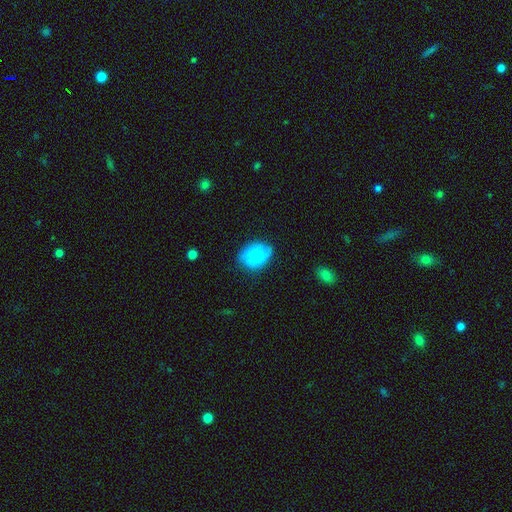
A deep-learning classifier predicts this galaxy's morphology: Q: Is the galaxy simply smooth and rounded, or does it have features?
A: smooth — 78%.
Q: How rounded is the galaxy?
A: in between — 58%.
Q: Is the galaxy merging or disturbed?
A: none — 70%.